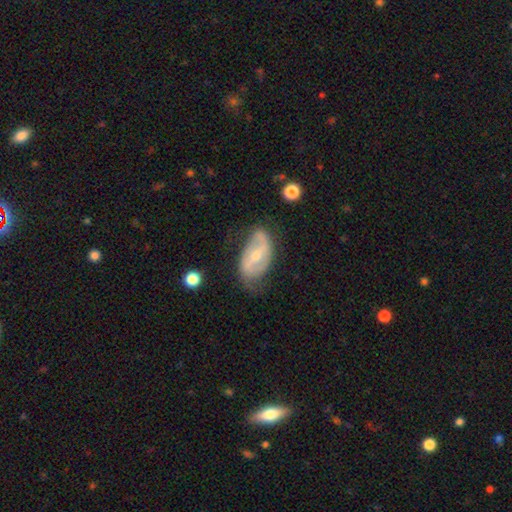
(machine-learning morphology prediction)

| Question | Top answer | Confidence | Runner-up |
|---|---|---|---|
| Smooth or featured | featured or disk | 73% | smooth (21%) |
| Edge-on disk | no | 94% | yes (6%) |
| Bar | weak | 41% | strong (38%) |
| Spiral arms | yes | 78% | no (22%) |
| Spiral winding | medium | 40% | loose (37%) |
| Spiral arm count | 2 | 78% | can't tell (14%) |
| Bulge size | small | 49% | moderate (48%) |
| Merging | none | 60% | minor disturbance (28%) |